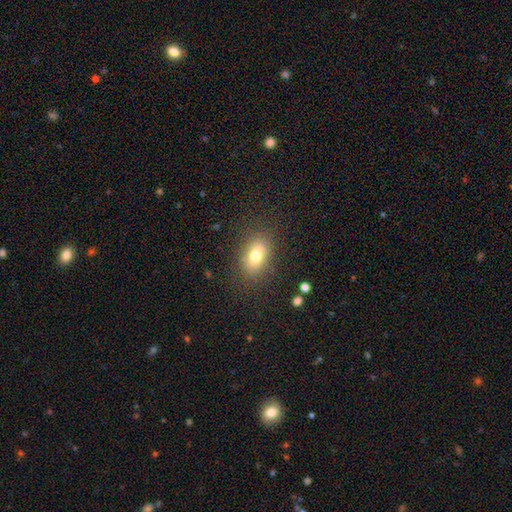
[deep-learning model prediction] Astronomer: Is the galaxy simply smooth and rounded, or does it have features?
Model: smooth — 76%.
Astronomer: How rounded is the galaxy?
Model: in between — 82%.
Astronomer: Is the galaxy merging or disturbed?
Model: none — 83%.